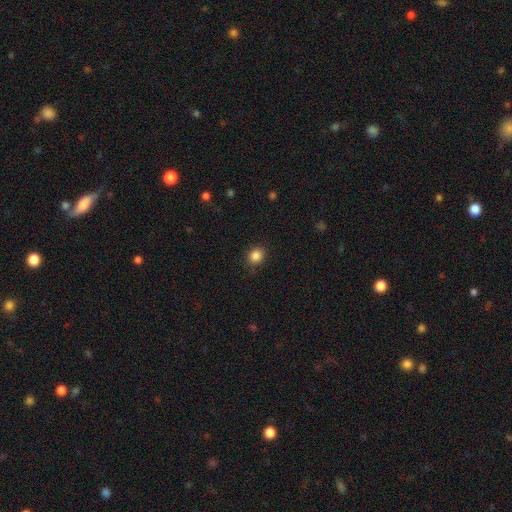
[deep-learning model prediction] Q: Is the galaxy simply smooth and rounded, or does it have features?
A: smooth — 85%.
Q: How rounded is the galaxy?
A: round — 79%.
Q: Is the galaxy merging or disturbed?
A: none — 87%.